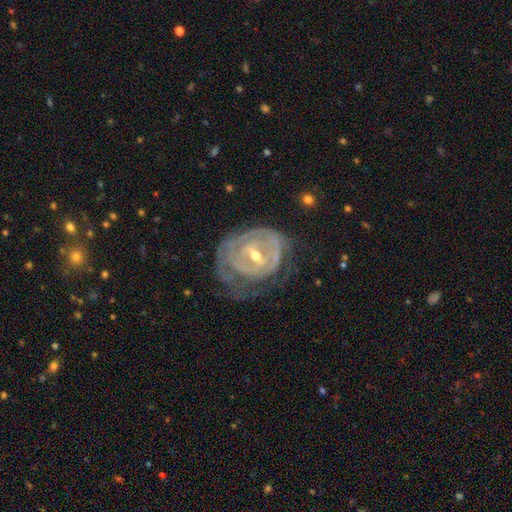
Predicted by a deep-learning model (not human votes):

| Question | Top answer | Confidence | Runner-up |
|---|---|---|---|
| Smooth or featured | featured or disk | 83% | smooth (11%) |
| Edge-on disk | no | 96% | yes (4%) |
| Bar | weak | 48% | strong (30%) |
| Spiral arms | yes | 79% | no (21%) |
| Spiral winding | tight | 71% | medium (20%) |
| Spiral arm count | can't tell | 48% | 2 (23%) |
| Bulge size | moderate | 51% | small (45%) |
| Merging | none | 45% | major disturbance (28%) |